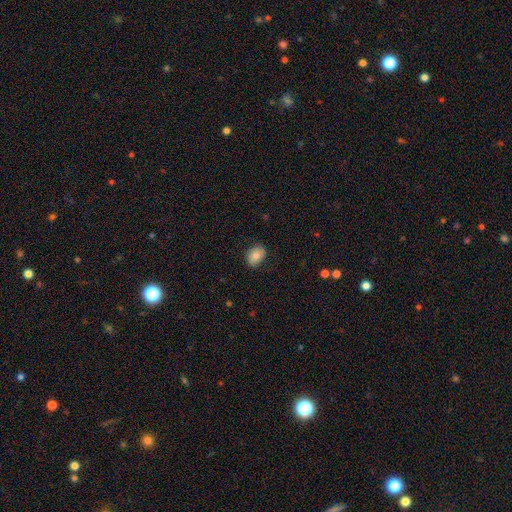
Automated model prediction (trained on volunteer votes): This is likely a smooth galaxy (79%). How rounded: likely in between (68%). Merging: likely none (79%).